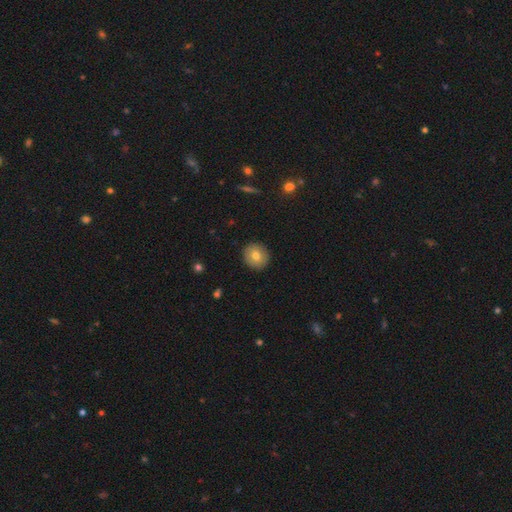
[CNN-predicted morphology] The model was most divided on "smooth or featured": smooth: 75%, featured or disk: 16%, star or artifact: 9%. More confident: merging — none (91%); how rounded — round (86%).